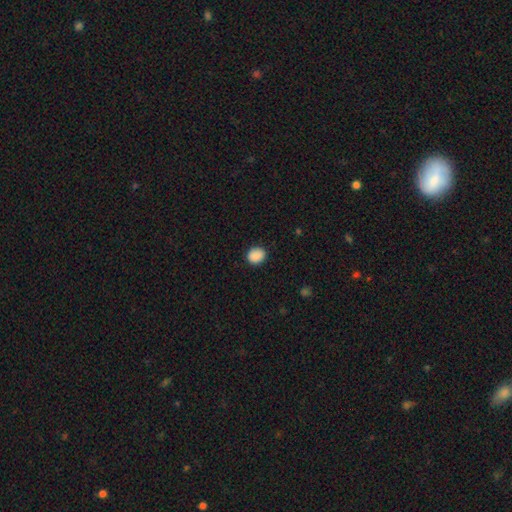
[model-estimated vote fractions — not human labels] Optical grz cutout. It shows a smooth galaxy with no disk features (89%) that is round (66%). Merging: none (85%).